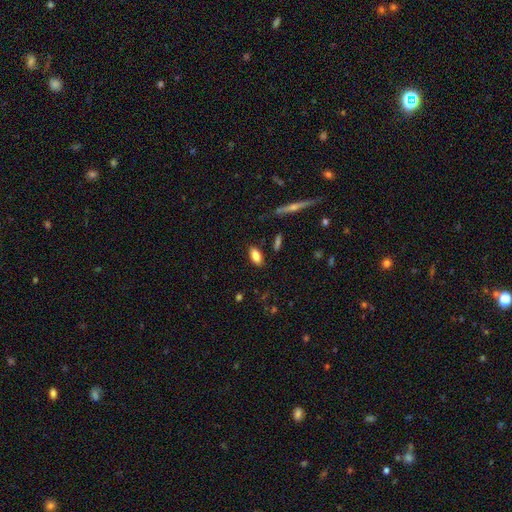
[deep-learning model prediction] smooth 83%, featured or disk 9%, star or artifact 7%. Down the decision tree: how rounded — in between (87%); merging — none (86%).